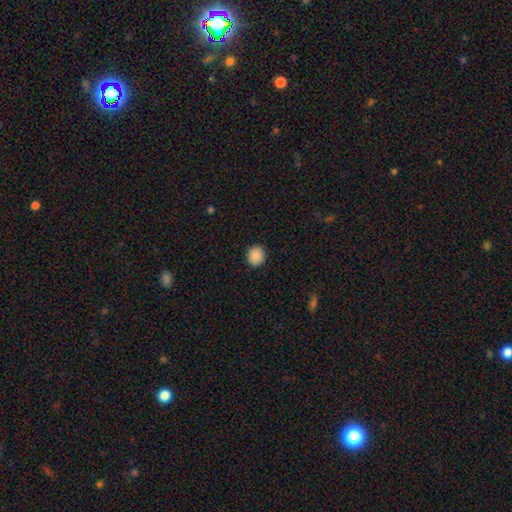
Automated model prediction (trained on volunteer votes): This appears to be a smooth galaxy with no disk features (89%) that is round (84%). Merging: none (91%).